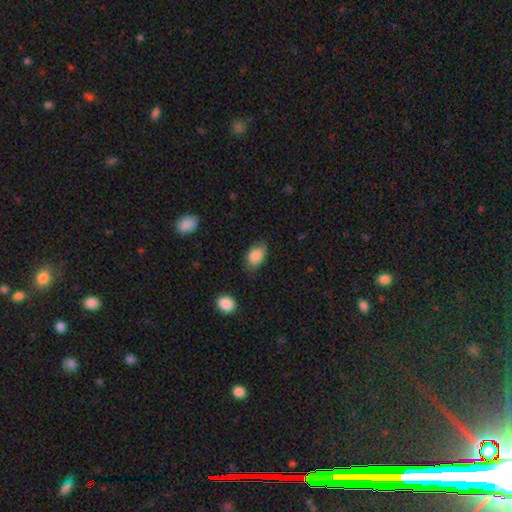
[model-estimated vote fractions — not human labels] Smooth or featured: smooth — 86% (star or artifact — 7%)
How rounded: in between — 84% (round — 15%)
Merging: none — 66% (minor disturbance — 26%)